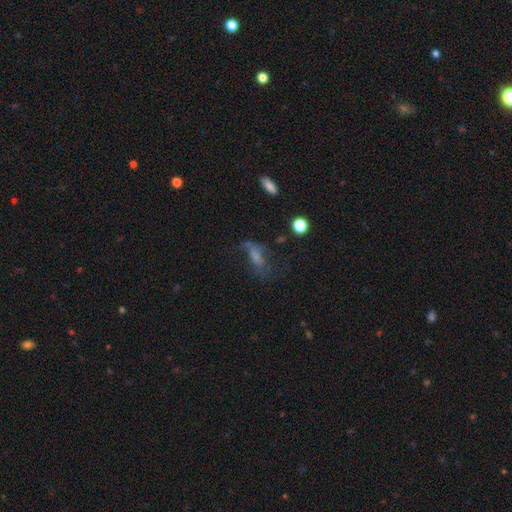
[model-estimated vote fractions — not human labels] Morphology: type=featured or disk (45%); merging=none (45%).